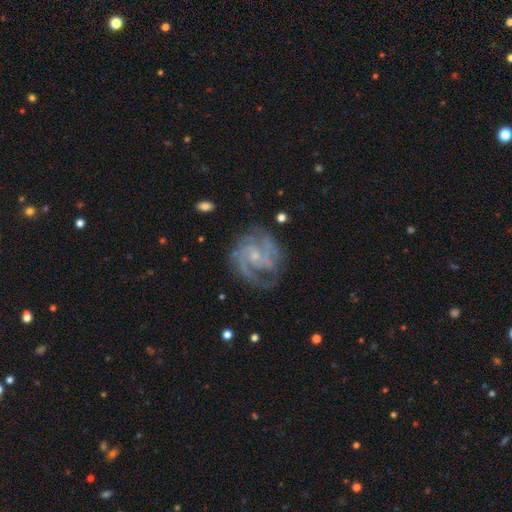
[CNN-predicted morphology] smooth_or_featured: featured or disk (p=0.90) [alt: smooth p=0.05]
disk_edge_on: no (p=0.98) [alt: yes p=0.02]
bar: no (p=0.62) [alt: weak p=0.31]
has_spiral_arms: yes (p=0.97) [alt: no p=0.03]
spiral_winding: medium (p=0.46) [tied with: tight p=0.46]
spiral_arm_count: 2 (p=0.44) [alt: 3 p=0.27]
bulge_size: small (p=0.77) [alt: moderate p=0.15]
merging: none (p=0.73) [alt: minor disturbance p=0.17]